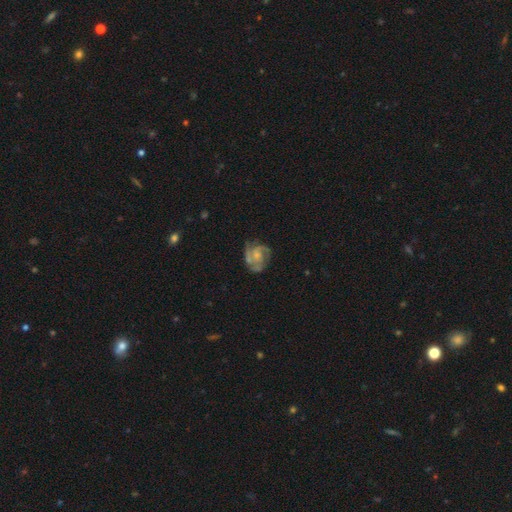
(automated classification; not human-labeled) Smooth or featured?
  - featured or disk: 82% *
  - smooth: 12%
  - star or artifact: 6%
Edge-on disk?
  - no: 98% *
  - yes: 2%
Bar?
  - no: 71% *
  - weak: 25%
  - strong: 4%
Spiral arms?
  - yes: 94% *
  - no: 6%
Spiral winding?
  - tight: 45% *
  - medium: 44%
  - loose: 11%
Spiral arm count?
  - 3: 40% *
  - 2: 31%
  - can't tell: 14%
  - 4: 7%
  - 1: 4%
  - more than 4: 4%
Bulge size?
  - small: 54% *
  - moderate: 33%
  - none: 9%
  - large: 2%
  - dominant: 1%
Merging?
  - none: 63% *
  - minor disturbance: 22%
  - major disturbance: 12%
  - merger: 3%